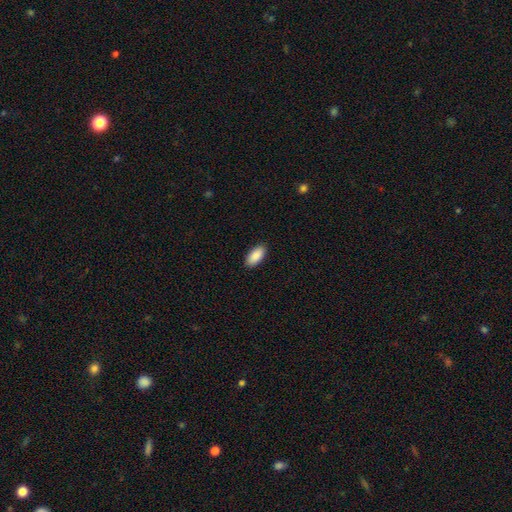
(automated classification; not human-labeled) smooth-or-featured: smooth: 91% | star or artifact: 6% | featured or disk: 4%
  how-rounded: in between: 92% | cigar-shaped: 6% | round: 2%
  merging: none: 90% | minor disturbance: 7% | major disturbance: 2% | merger: 1%